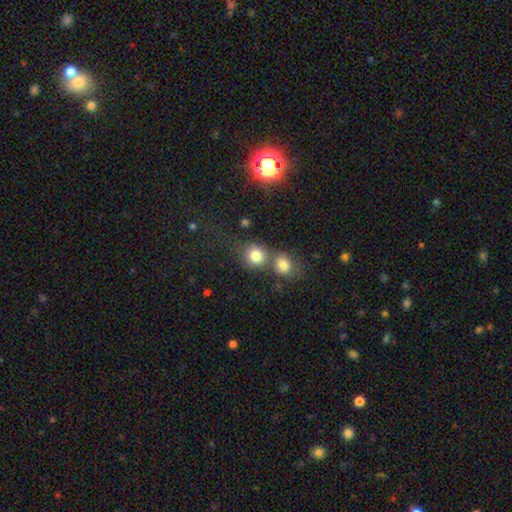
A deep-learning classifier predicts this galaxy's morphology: A smooth galaxy with no disk features (81%) that is round (83%).

Vote fractions:
- Smooth or featured? smooth: 81% / star or artifact: 11% / featured or disk: 8%
- How rounded? round: 83% / in between: 16% / cigar-shaped: 1%
- Merging? merger: 47% / none: 41% / minor disturbance: 8% / major disturbance: 4%